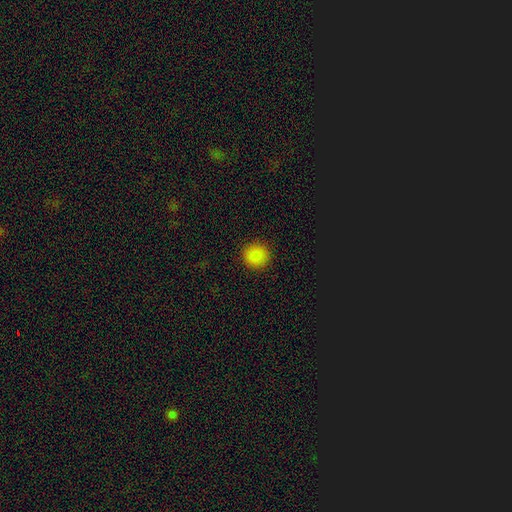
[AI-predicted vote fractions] smooth-or-featured: smooth: 86% | star or artifact: 11% | featured or disk: 3%
  how-rounded: round: 92% | in between: 7% | cigar-shaped: 1%
  merging: none: 91% | minor disturbance: 6% | major disturbance: 2% | merger: 1%